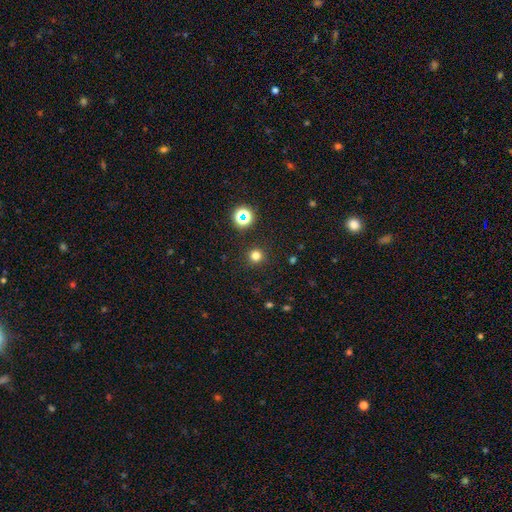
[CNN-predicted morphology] smooth-or-featured: smooth: 76% | star or artifact: 19% | featured or disk: 5%
  how-rounded: round: 95% | in between: 4% | cigar-shaped: 1%
  merging: none: 91% | minor disturbance: 5% | major disturbance: 2% | merger: 1%